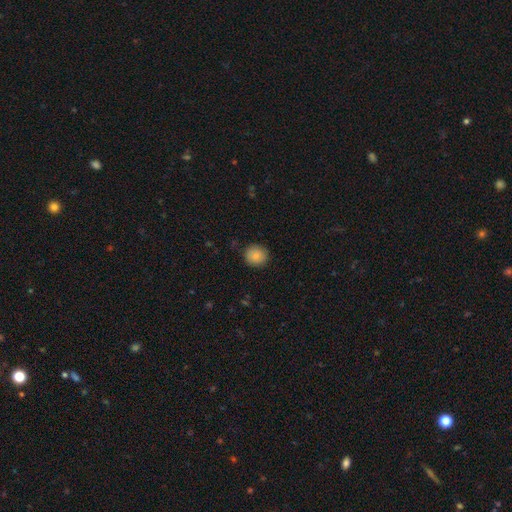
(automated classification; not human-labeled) The model was most divided on "smooth or featured": smooth: 85%, star or artifact: 9%, featured or disk: 6%. More confident: how rounded — round (91%); merging — none (88%).